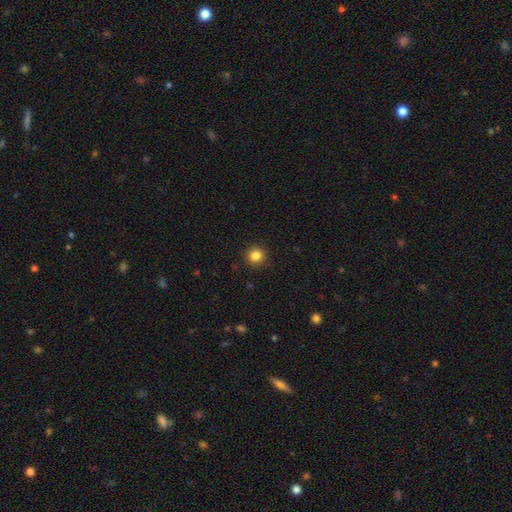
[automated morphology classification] Q: Smooth or featured?
A: smooth (84%); runner-up: star or artifact (11%)
Q: How rounded?
A: round (94%); runner-up: in between (5%)
Q: Merging?
A: none (92%); runner-up: minor disturbance (5%)